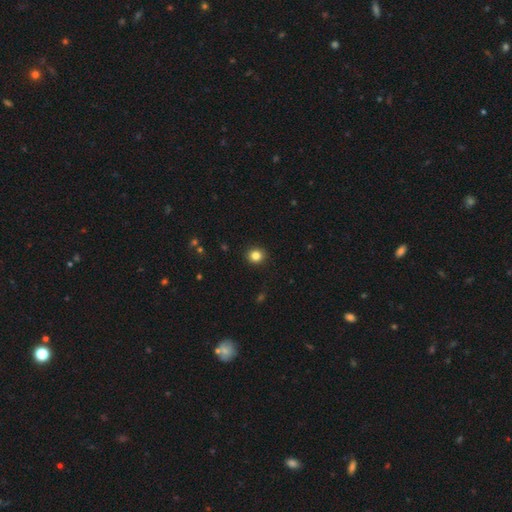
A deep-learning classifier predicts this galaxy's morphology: Smooth or featured? Predicted: smooth (p=0.83). How rounded? Predicted: round (p=0.86). Merging? Predicted: none (p=0.92).